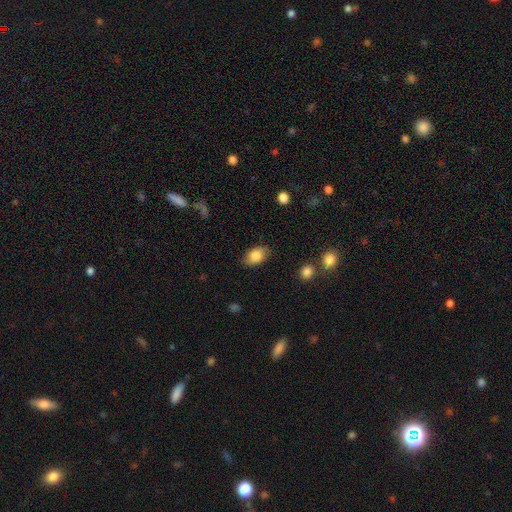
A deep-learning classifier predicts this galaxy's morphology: Overall: smooth (84%). How rounded: in between (87%). Merging: none (83%).